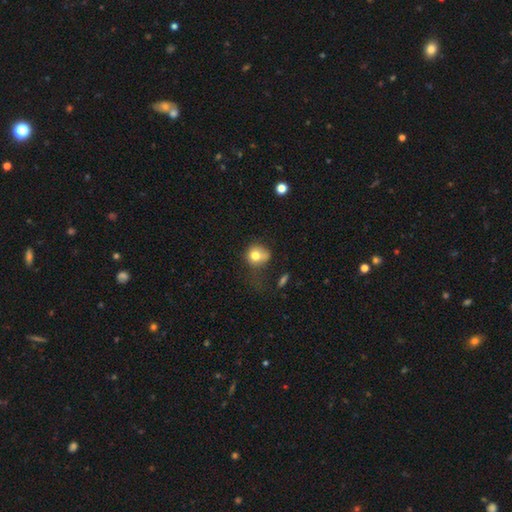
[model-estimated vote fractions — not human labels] A smooth galaxy with no disk features (76%) that is round (76%).

Vote fractions:
- Smooth or featured? smooth: 76% / featured or disk: 13% / star or artifact: 11%
- How rounded? round: 76% / in between: 22% / cigar-shaped: 1%
- Merging? none: 36% / minor disturbance: 30% / major disturbance: 29% / merger: 6%